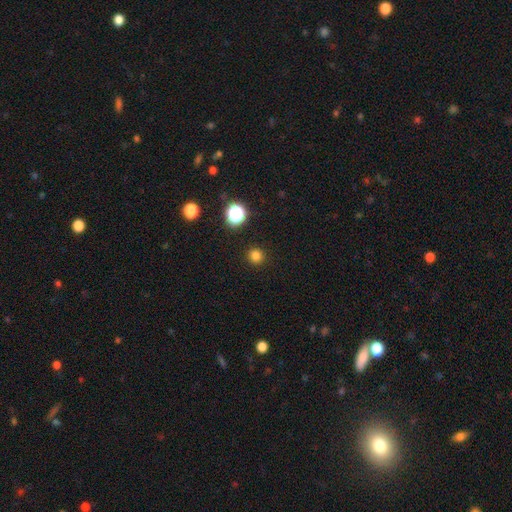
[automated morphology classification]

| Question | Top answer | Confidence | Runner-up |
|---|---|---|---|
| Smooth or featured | smooth | 80% | star or artifact (16%) |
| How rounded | round | 95% | in between (5%) |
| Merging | none | 92% | minor disturbance (5%) |